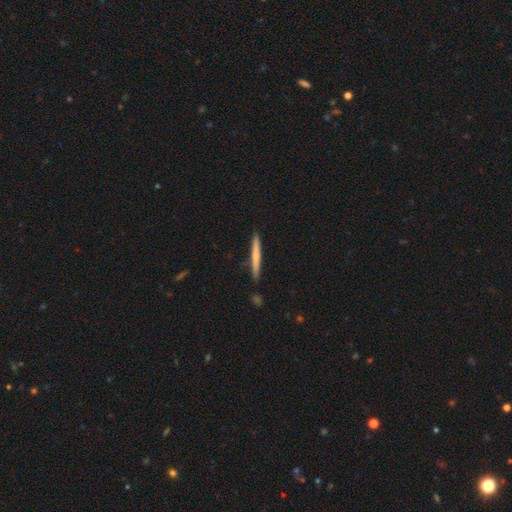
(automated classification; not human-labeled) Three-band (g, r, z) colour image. It shows a smooth galaxy with no disk features (60%) that is cigar-shaped (96%). Merging: none (89%).